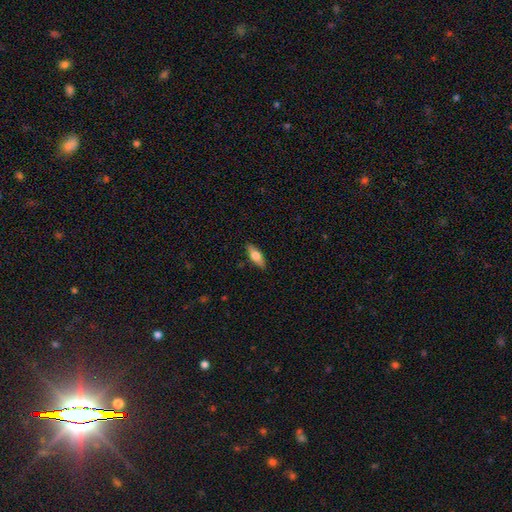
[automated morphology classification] This is likely a smooth galaxy (63%). How rounded: likely in between (71%). Merging: clearly none (88%).